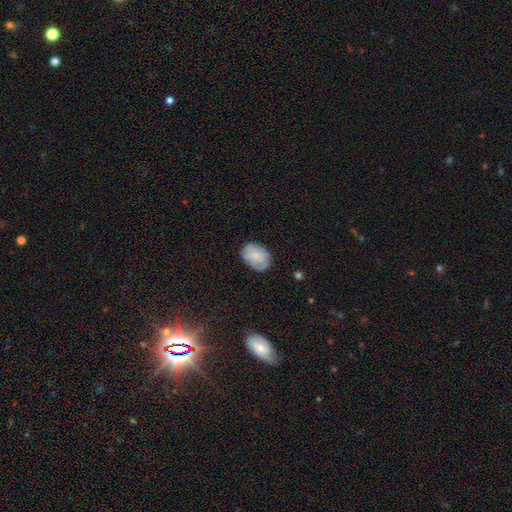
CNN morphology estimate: Smooth or featured?
  - smooth: 69% *
  - featured or disk: 24%
  - star or artifact: 7%
How rounded?
  - in between: 75% *
  - round: 24%
  - cigar-shaped: 1%
Merging?
  - none: 75% *
  - minor disturbance: 19%
  - major disturbance: 5%
  - merger: 1%